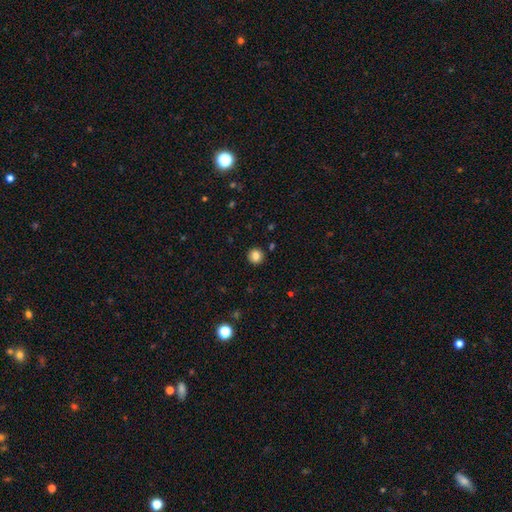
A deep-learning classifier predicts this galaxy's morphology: type=smooth (83%); roundness=round (93%); merging=none (92%).